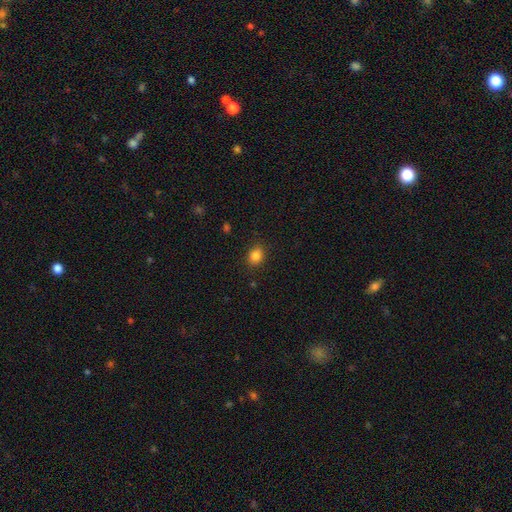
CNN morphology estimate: Smooth or featured?
  - smooth: 84% *
  - star or artifact: 11%
  - featured or disk: 5%
How rounded?
  - round: 54% *
  - in between: 45%
  - cigar-shaped: 1%
Merging?
  - none: 87% *
  - minor disturbance: 9%
  - major disturbance: 3%
  - merger: 1%